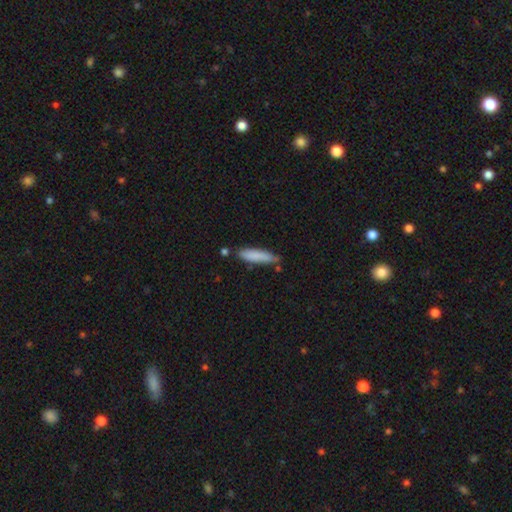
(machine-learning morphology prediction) A smooth galaxy with no disk features (83%) that is cigar-shaped (75%). Merging: none (68%).